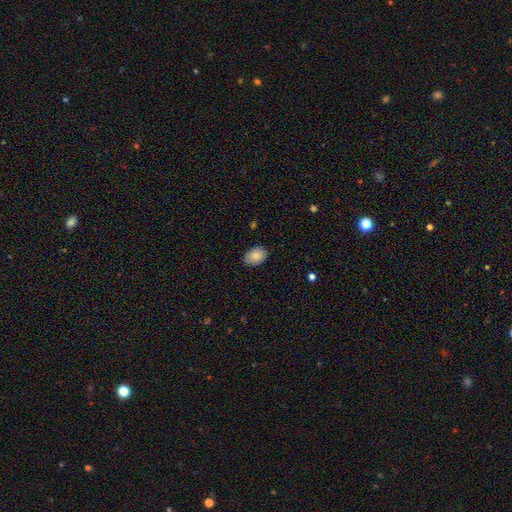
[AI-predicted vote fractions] Smooth or featured?
  - smooth: 86% *
  - featured or disk: 7%
  - star or artifact: 7%
How rounded?
  - in between: 79% *
  - round: 20%
  - cigar-shaped: 1%
Merging?
  - none: 83% *
  - minor disturbance: 14%
  - major disturbance: 2%
  - merger: 1%